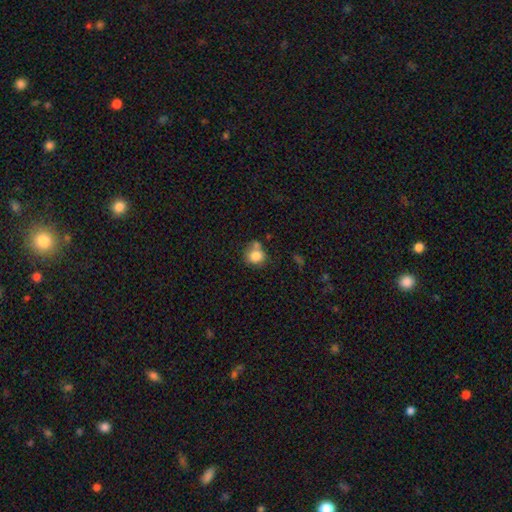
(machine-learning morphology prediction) type=smooth (82%); roundness=round (78%); merging=none (54%).